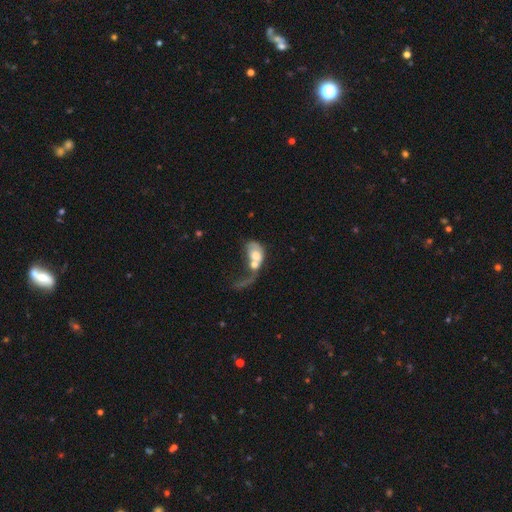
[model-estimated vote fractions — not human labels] smooth 51%, featured or disk 41%, star or artifact 8%. Down the decision tree: how rounded — in between (75%); merging — merger (57%).